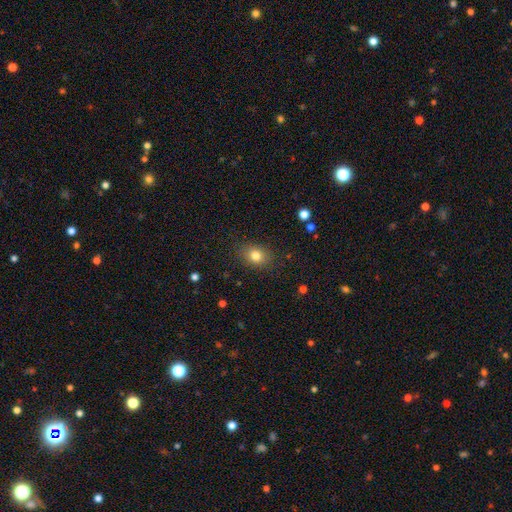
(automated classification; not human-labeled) This appears to be a smooth galaxy with no disk features (80%) that is in between round and cigar-shaped (59%). Merging: none (85%).